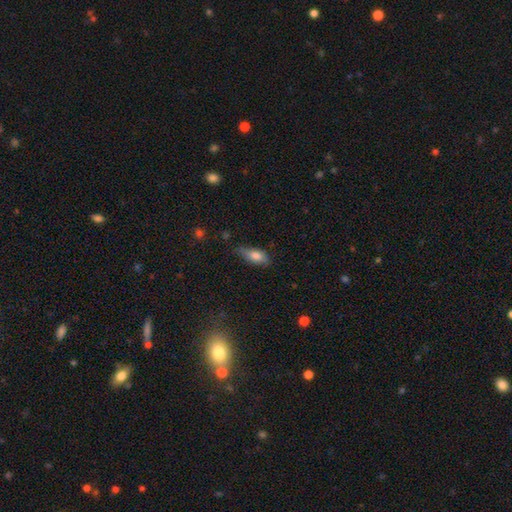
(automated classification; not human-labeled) Smooth or featured?
  - smooth: 76% *
  - featured or disk: 16%
  - star or artifact: 8%
How rounded?
  - in between: 78% *
  - cigar-shaped: 18%
  - round: 3%
Merging?
  - none: 65% *
  - minor disturbance: 28%
  - major disturbance: 5%
  - merger: 2%